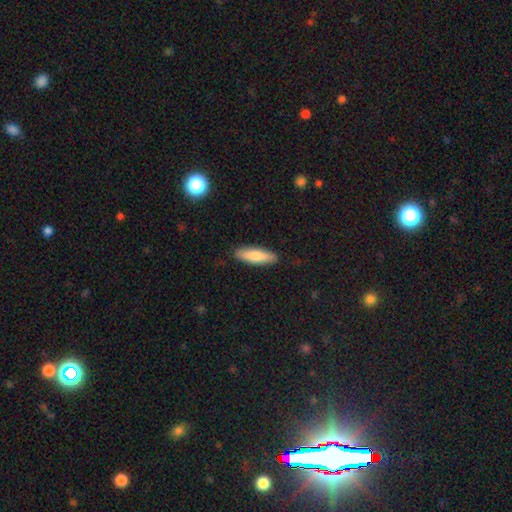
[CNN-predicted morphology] This appears to be a smooth galaxy with no disk features (79%) that is cigar-shaped (53%). Merging: none (88%).